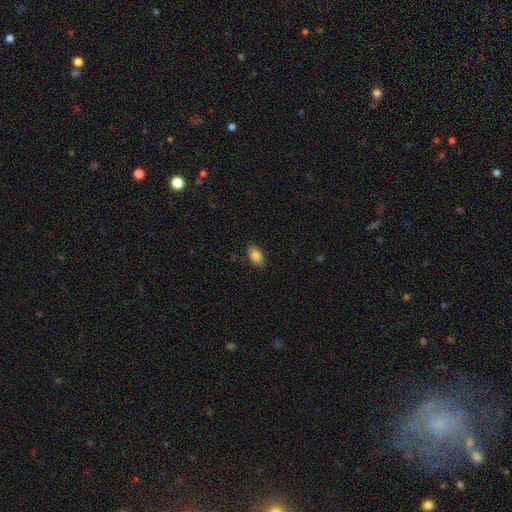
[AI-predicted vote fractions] A smooth galaxy with no disk features (84%) that is in between round and cigar-shaped (91%).

Vote fractions:
- Smooth or featured? smooth: 84% / featured or disk: 9% / star or artifact: 8%
- How rounded? in between: 91% / round: 6% / cigar-shaped: 3%
- Merging? none: 86% / minor disturbance: 11% / major disturbance: 2% / merger: 1%